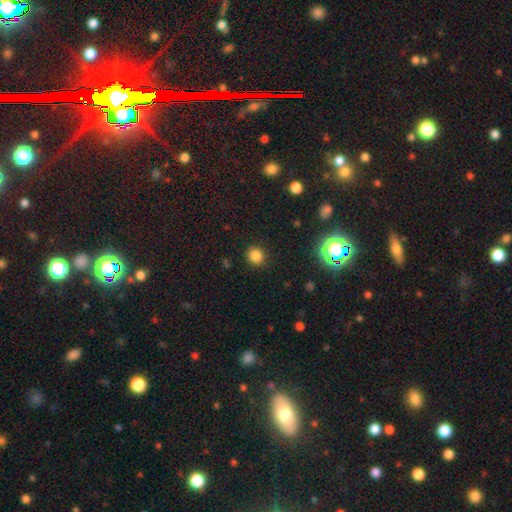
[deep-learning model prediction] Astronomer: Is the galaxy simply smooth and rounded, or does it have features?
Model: smooth — 82%.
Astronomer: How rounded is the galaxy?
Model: round — 84%.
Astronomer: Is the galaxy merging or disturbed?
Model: none — 90%.